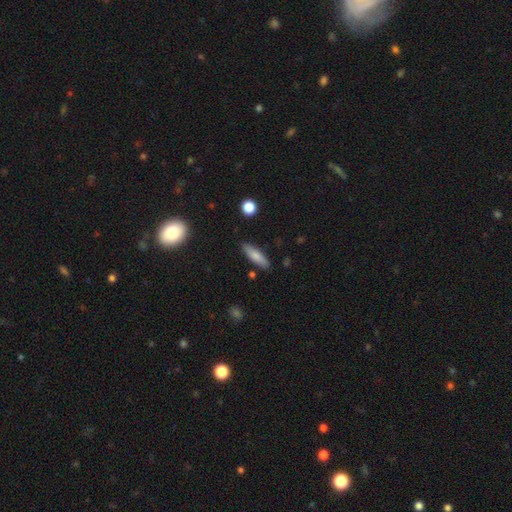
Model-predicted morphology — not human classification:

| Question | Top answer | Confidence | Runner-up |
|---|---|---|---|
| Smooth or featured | smooth | 76% | featured or disk (17%) |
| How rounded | cigar-shaped | 56% | in between (42%) |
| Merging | none | 85% | minor disturbance (10%) |